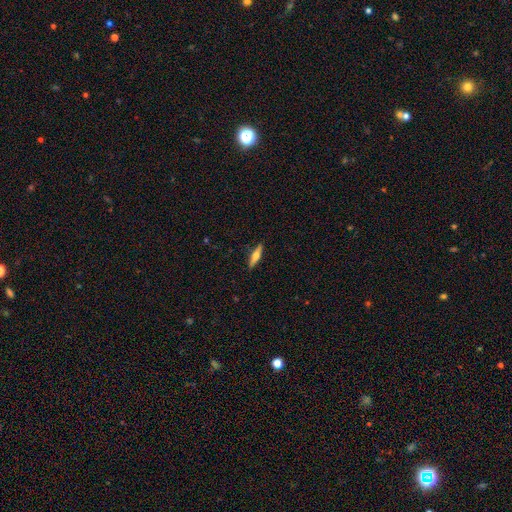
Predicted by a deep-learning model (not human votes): This appears to be a featured or disk galaxy (57%) viewed edge-on (96%) with a rounded central bulge (93%). Merging: none (90%).